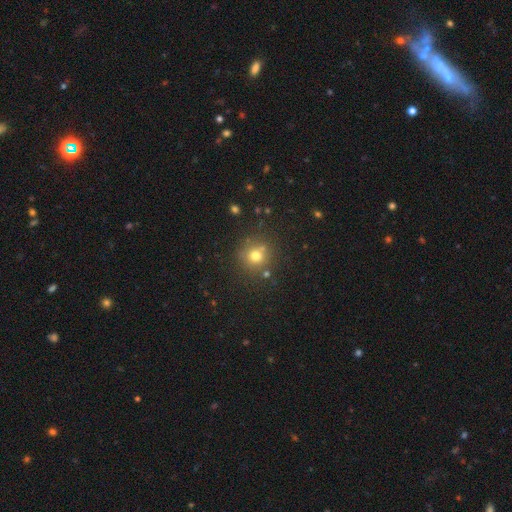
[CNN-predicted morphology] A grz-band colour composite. It shows a smooth galaxy with no disk features (72%) that is round (92%). Merging: none (77%).